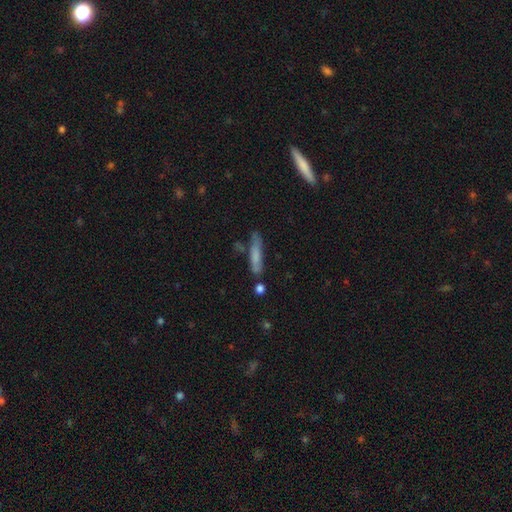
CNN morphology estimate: A smooth galaxy with no disk features (70%) that is cigar-shaped (86%). Merging: none (65%).